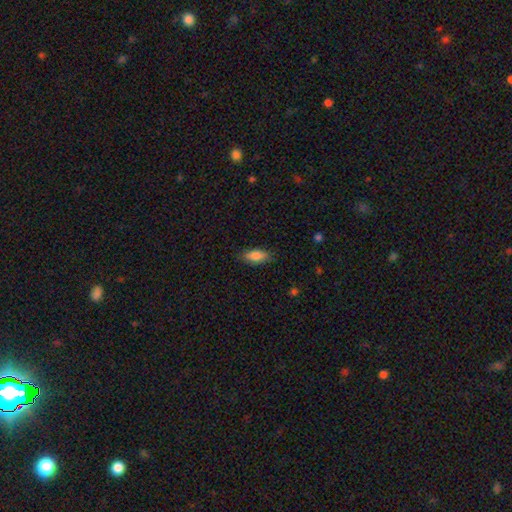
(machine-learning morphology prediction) The model was most divided on "how rounded": in between: 81%, cigar-shaped: 16%, round: 3%. More confident: merging — none (85%); smooth or featured — smooth (84%).